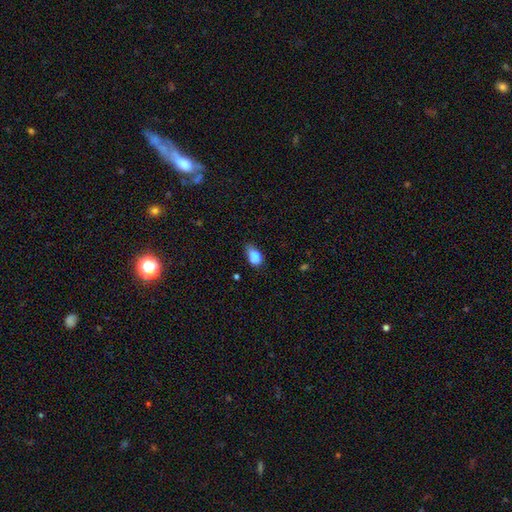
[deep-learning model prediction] A smooth galaxy with no disk features (80%) that is in between round and cigar-shaped (82%). Merging: minor disturbance (44%).